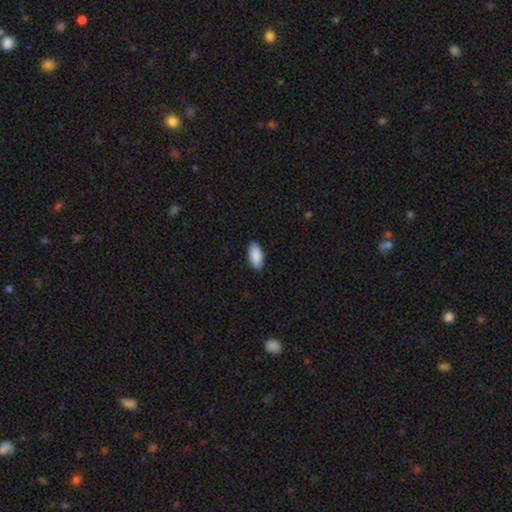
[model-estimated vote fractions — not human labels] This appears to be a smooth galaxy with no disk features (90%) that is in between round and cigar-shaped (94%). Merging: none (88%).